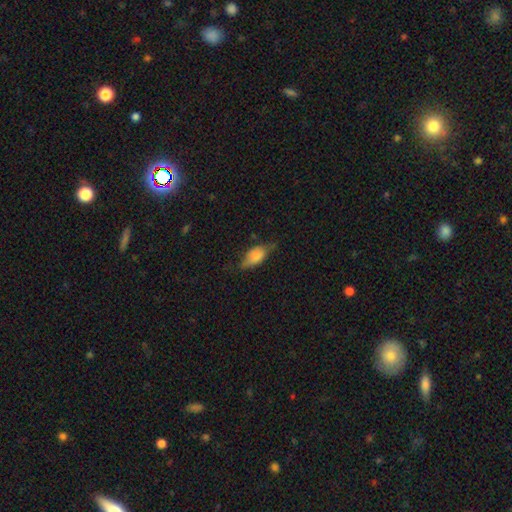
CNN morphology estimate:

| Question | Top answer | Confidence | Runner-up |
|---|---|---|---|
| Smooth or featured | smooth | 58% | featured or disk (33%) |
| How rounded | in between | 83% | cigar-shaped (12%) |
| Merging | none | 52% | minor disturbance (33%) |